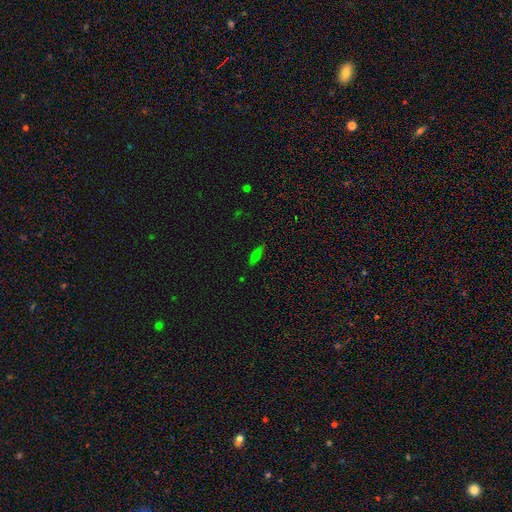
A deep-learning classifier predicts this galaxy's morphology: Smooth or featured? Predicted: smooth (p=0.62). How rounded? Predicted: in between (p=0.60). Merging? Predicted: none (p=0.82).